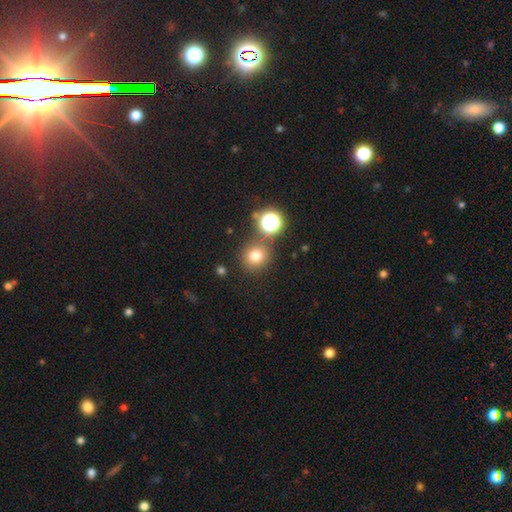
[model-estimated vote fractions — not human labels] A smooth galaxy with no disk features (75%) that is round (89%).

Vote fractions:
- Smooth or featured? smooth: 75% / star or artifact: 18% / featured or disk: 7%
- How rounded? round: 89% / in between: 10% / cigar-shaped: 1%
- Merging? none: 79% / minor disturbance: 9% / merger: 9% / major disturbance: 4%